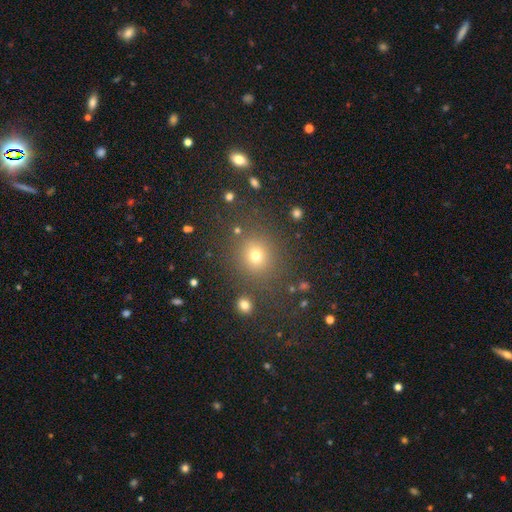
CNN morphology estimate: smooth_or_featured: smooth (p=0.70) [alt: star or artifact p=0.23]
how_rounded: round (p=0.82) [alt: in between p=0.17]
merging: none (p=0.82) [alt: minor disturbance p=0.09]